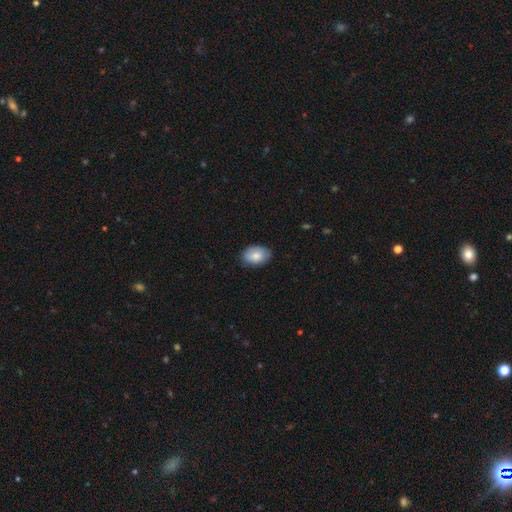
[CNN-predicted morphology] smooth 83%, featured or disk 11%, star or artifact 6%. Down the decision tree: how rounded — in between (87%); merging — none (78%).